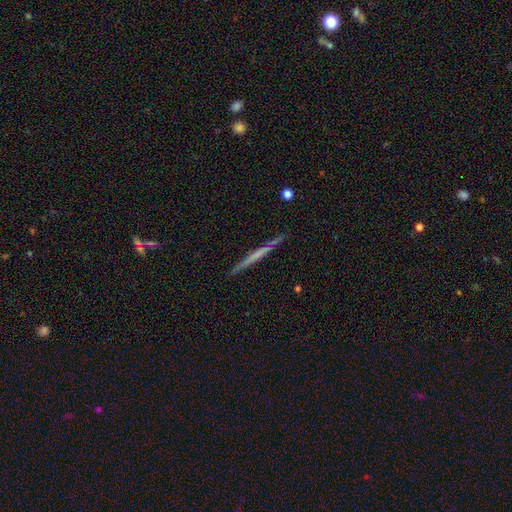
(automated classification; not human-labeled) Q: Smooth or featured?
A: featured or disk (57%); runner-up: smooth (37%)
Q: Edge-on disk?
A: yes (97%); runner-up: no (3%)
Q: Edge-on bulge?
A: none (83%); runner-up: rounded (10%)
Q: Merging?
A: none (89%); runner-up: minor disturbance (8%)